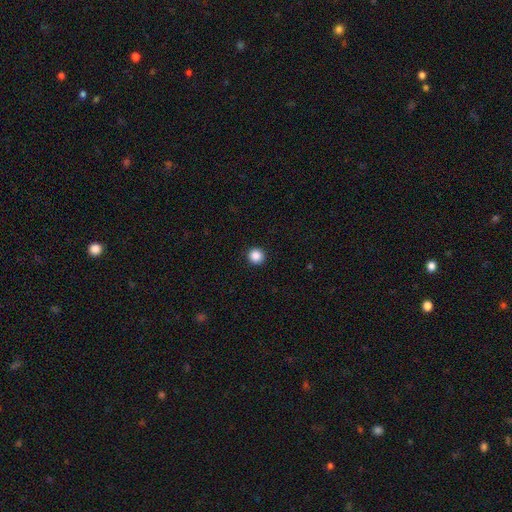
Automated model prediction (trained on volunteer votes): This is clearly a smooth galaxy (87%). How rounded: clearly round (96%). Merging: clearly none (93%).